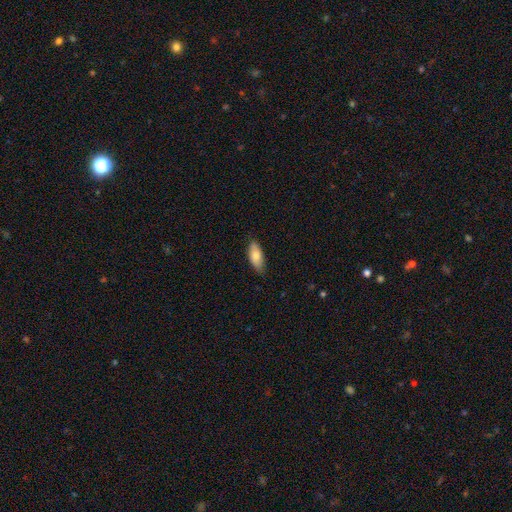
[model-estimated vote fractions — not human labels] smooth 78%, featured or disk 16%, star or artifact 6%. Down the decision tree: how rounded — in between (82%); merging — none (80%).